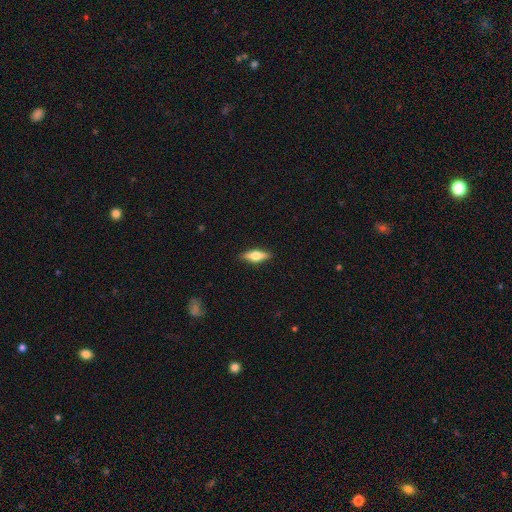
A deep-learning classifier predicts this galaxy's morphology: Smooth or featured?
  - smooth: 56% *
  - featured or disk: 38%
  - star or artifact: 6%
How rounded?
  - in between: 54% *
  - cigar-shaped: 43%
  - round: 3%
Merging?
  - none: 89% *
  - minor disturbance: 8%
  - major disturbance: 2%
  - merger: 1%